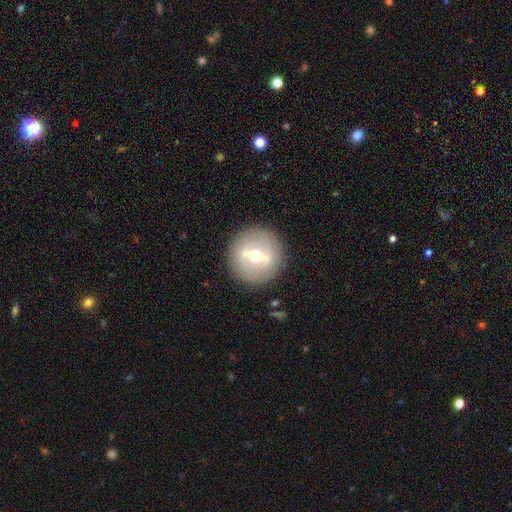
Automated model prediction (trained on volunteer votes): smooth_or_featured: featured or disk (p=0.67) [alt: smooth p=0.25]
disk_edge_on: no (p=0.78) [alt: yes p=0.22]
bar: strong (p=0.60) [alt: weak p=0.31]
has_spiral_arms: no (p=0.80) [alt: yes p=0.20]
bulge_size: moderate (p=0.73) [alt: small p=0.17]
merging: none (p=0.88) [alt: minor disturbance p=0.08]